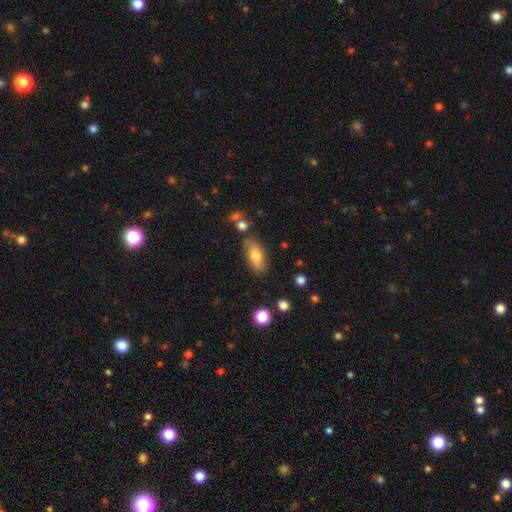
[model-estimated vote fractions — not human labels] The model was most divided on "smooth or featured": smooth: 76%, featured or disk: 17%, star or artifact: 7%. More confident: how rounded — in between (87%); merging — none (79%).